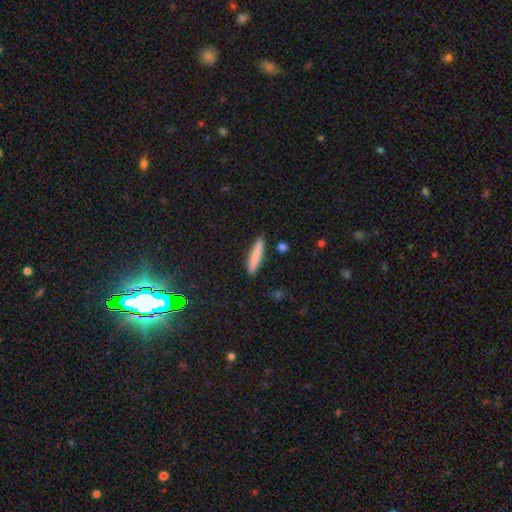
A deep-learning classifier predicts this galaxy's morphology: A smooth galaxy with no disk features (80%) that is cigar-shaped (90%). Merging: none (87%).